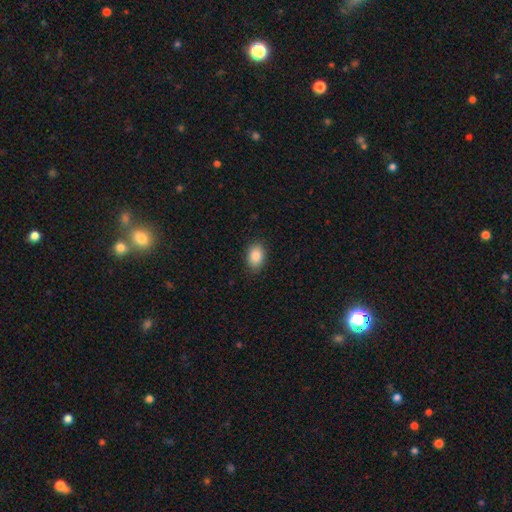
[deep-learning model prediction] The model was most divided on "how rounded": in between: 82%, round: 16%, cigar-shaped: 1%. More confident: smooth or featured — smooth (87%); merging — none (86%).